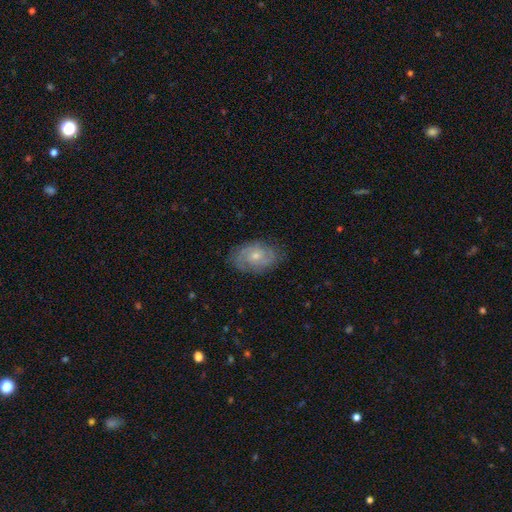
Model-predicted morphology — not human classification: This appears to be a featured or disk galaxy (73%) with no bar (64%), 2 (55%) tight (53%) spiral arms (92%) and a small central bulge (54%). Merging: none (80%).